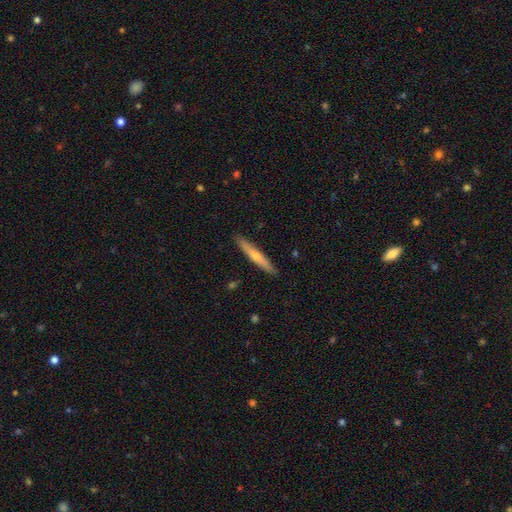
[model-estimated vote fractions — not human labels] This appears to be a smooth galaxy with no disk features (48%). Merging: none (91%).